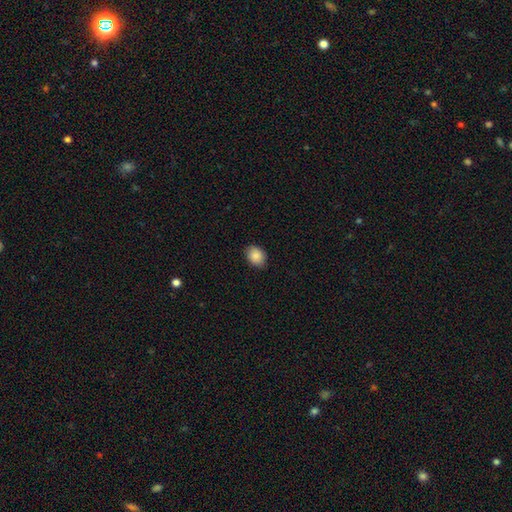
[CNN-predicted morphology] type=smooth (88%); roundness=in between (57%); merging=none (87%).